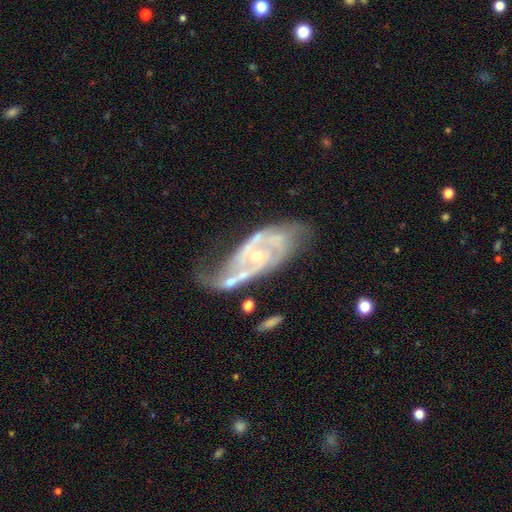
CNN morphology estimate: A featured or disk galaxy (87%) with no bar (60%), 2 (57%) medium (45%) spiral arms (92%) and a small central bulge (70%). Merging: none (39%).